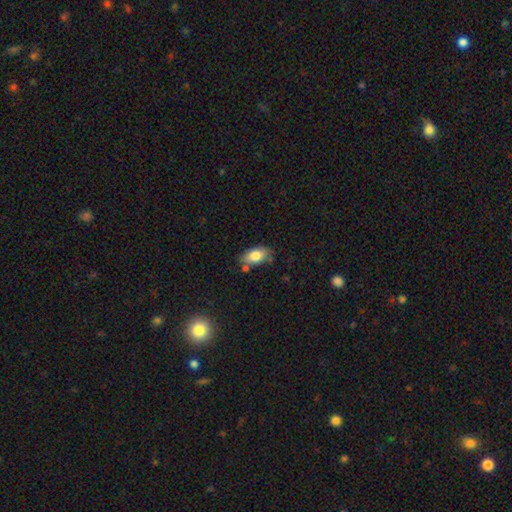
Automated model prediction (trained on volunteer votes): Smooth or featured: smooth — 80% (featured or disk — 12%)
How rounded: in between — 90% (round — 7%)
Merging: none — 71% (minor disturbance — 18%)